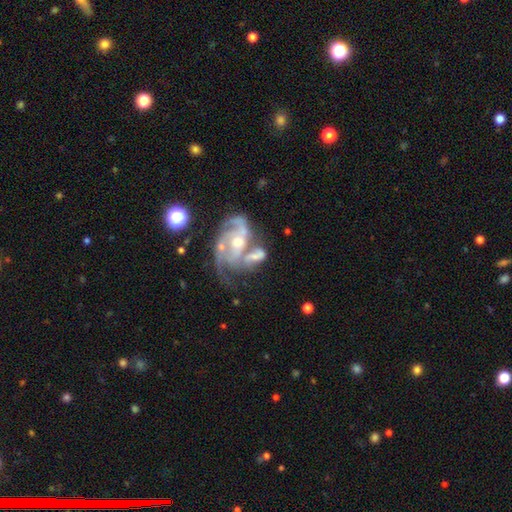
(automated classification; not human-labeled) featured or disk 73%, smooth 19%, star or artifact 8%. Down the decision tree: edge-on disk — no (96%); bar — no (63%); spiral arms — yes (79%); spiral arm count — 2 (40%); spiral winding — medium (41%); bulge size — moderate (57%); merging — merger (50%).